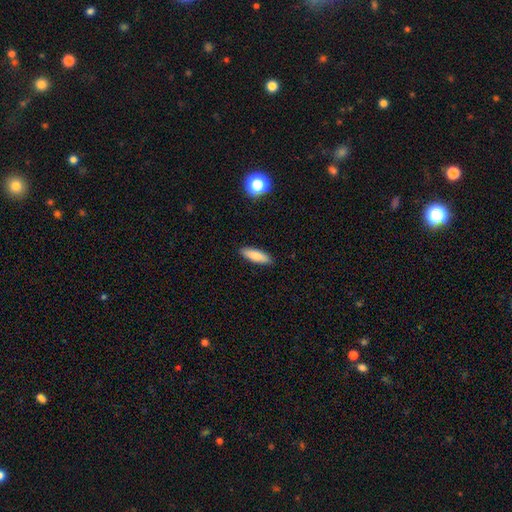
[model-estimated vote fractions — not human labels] Overall: smooth (83%). How rounded: cigar-shaped (52%; in between 46%). Merging: none (90%).